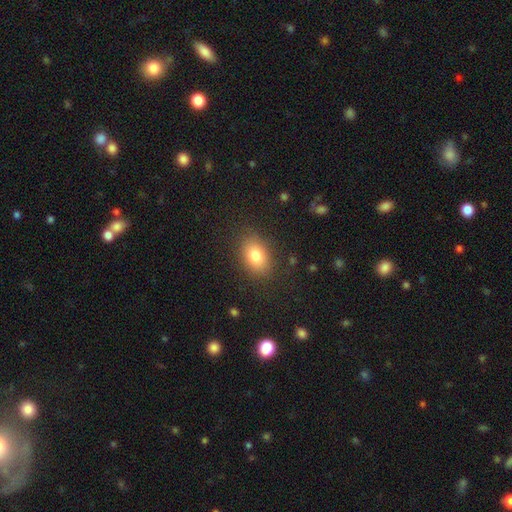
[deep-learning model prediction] smooth 81%, featured or disk 10%, star or artifact 10%. Down the decision tree: how rounded — in between (78%); merging — none (84%).